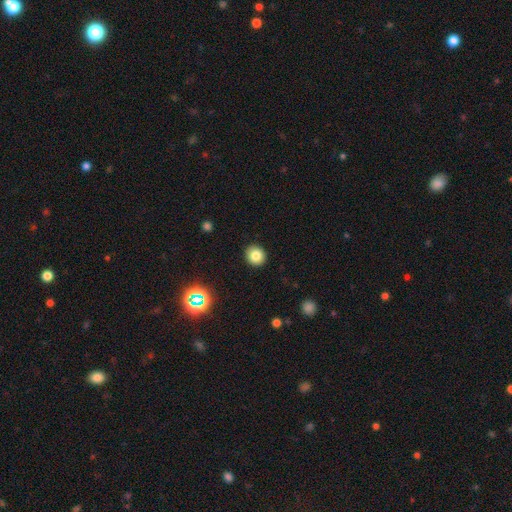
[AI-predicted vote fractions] A smooth galaxy with no disk features (81%) that is round (86%).

Vote fractions:
- Smooth or featured? smooth: 81% / star or artifact: 12% / featured or disk: 7%
- How rounded? round: 86% / in between: 13% / cigar-shaped: 1%
- Merging? none: 91% / minor disturbance: 6% / major disturbance: 2% / merger: 1%